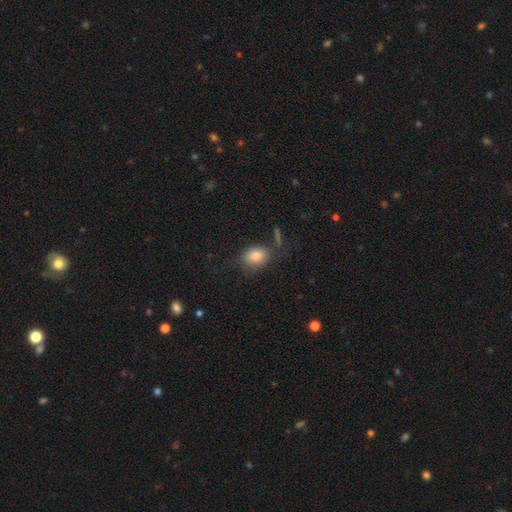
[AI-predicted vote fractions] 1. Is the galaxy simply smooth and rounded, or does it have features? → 81% smooth, 10% featured or disk, 10% star or artifact.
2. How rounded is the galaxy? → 72% in between, 26% round, 2% cigar-shaped.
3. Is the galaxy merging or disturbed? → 67% none, 20% minor disturbance, 7% major disturbance, 6% merger.